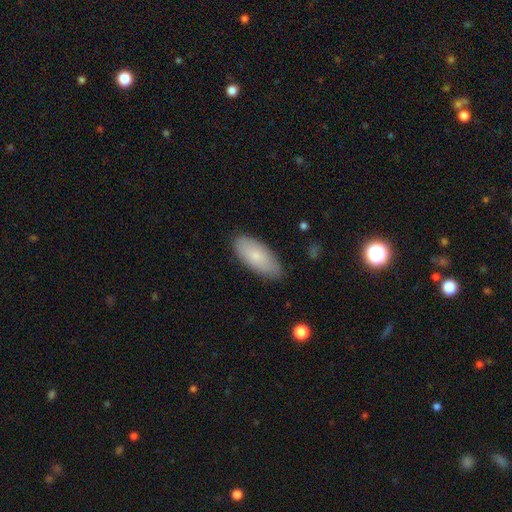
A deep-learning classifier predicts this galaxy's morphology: type=smooth (77%); roundness=in between (87%); merging=none (81%).